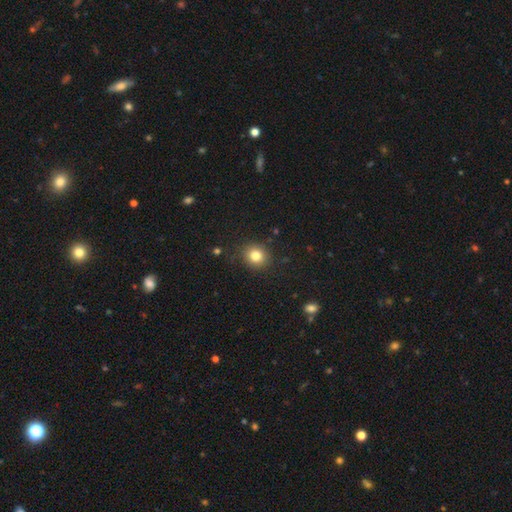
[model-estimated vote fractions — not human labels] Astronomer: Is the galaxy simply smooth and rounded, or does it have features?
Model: smooth — 81%.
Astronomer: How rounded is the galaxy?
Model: round — 82%.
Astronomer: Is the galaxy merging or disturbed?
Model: none — 87%.